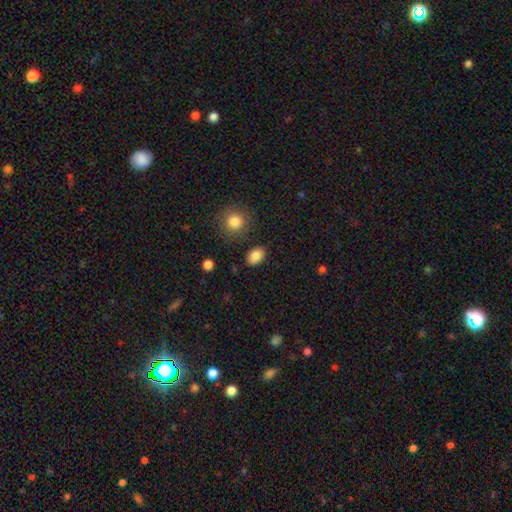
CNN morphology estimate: Q: Smooth or featured?
A: smooth (85%); runner-up: star or artifact (9%)
Q: How rounded?
A: in between (82%); runner-up: round (17%)
Q: Merging?
A: none (82%); runner-up: minor disturbance (12%)